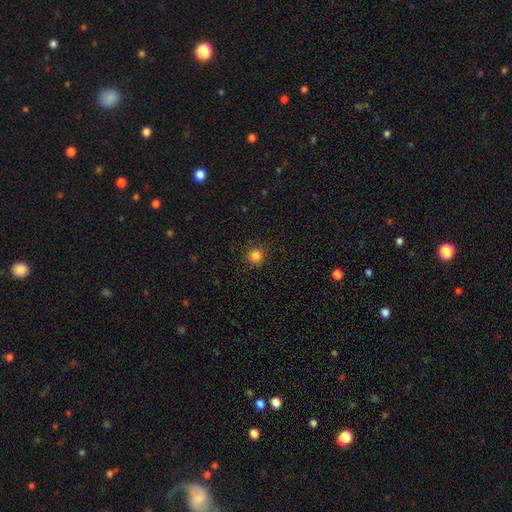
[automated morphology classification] type=smooth (83%); roundness=round (95%); merging=none (90%).